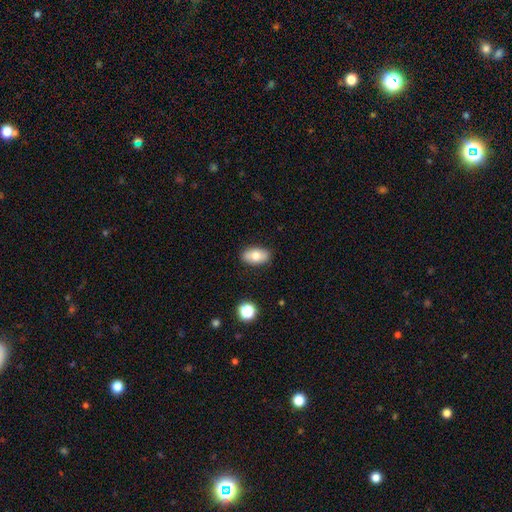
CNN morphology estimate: Overall: smooth (74%). How rounded: in between (90%). Merging: none (87%).